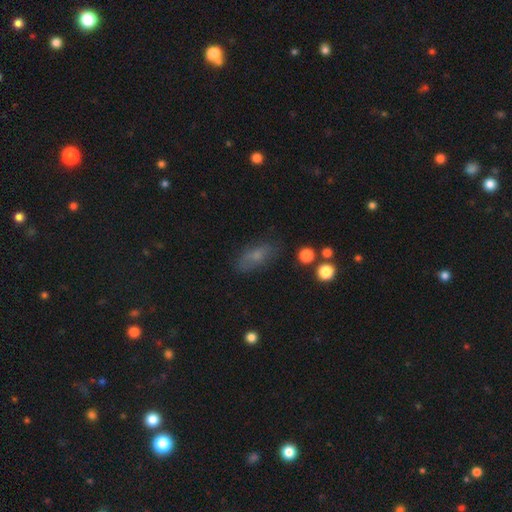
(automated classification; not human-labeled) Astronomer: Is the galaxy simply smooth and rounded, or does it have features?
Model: smooth — 66%.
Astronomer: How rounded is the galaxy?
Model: in between — 79%.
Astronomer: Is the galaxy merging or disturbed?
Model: none — 73%.